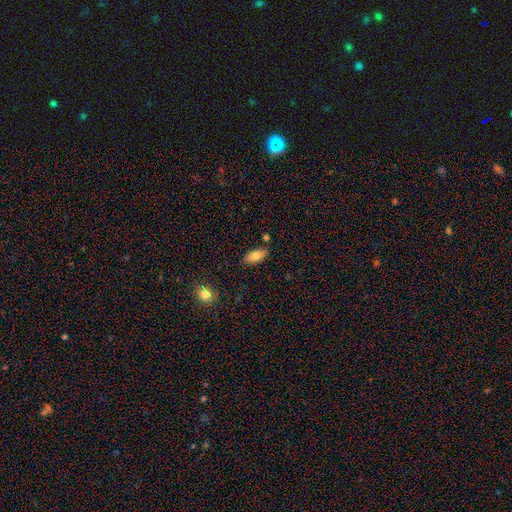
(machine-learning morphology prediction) Smooth or featured: smooth — 78% (featured or disk — 15%)
How rounded: in between — 88% (cigar-shaped — 10%)
Merging: none — 81% (minor disturbance — 12%)